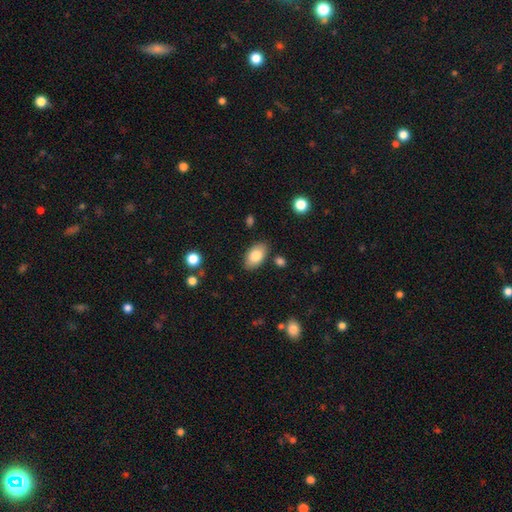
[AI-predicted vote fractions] Smooth or featured?
  - smooth: 80% *
  - featured or disk: 13%
  - star or artifact: 7%
How rounded?
  - in between: 93% *
  - round: 5%
  - cigar-shaped: 2%
Merging?
  - none: 85% *
  - minor disturbance: 11%
  - merger: 2%
  - major disturbance: 2%